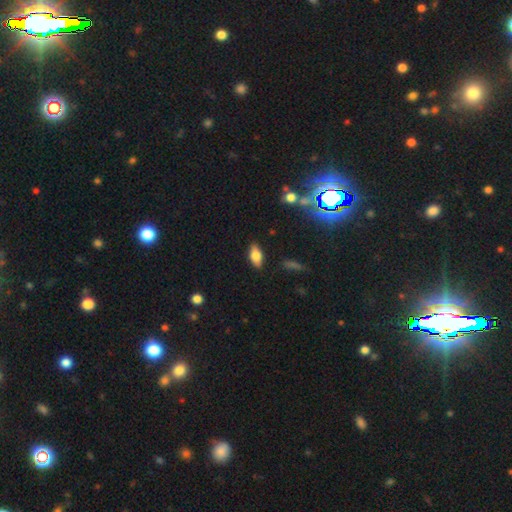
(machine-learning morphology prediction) This appears to be a smooth galaxy with no disk features (70%) that is in between round and cigar-shaped (84%). Merging: none (86%).